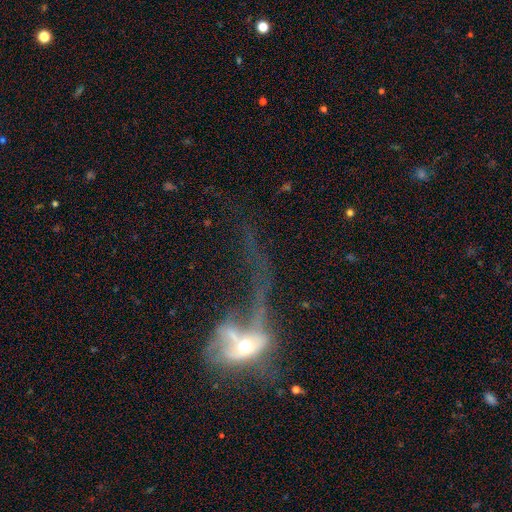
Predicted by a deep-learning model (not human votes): A featured or disk galaxy (59%). Merging: major disturbance (42%).